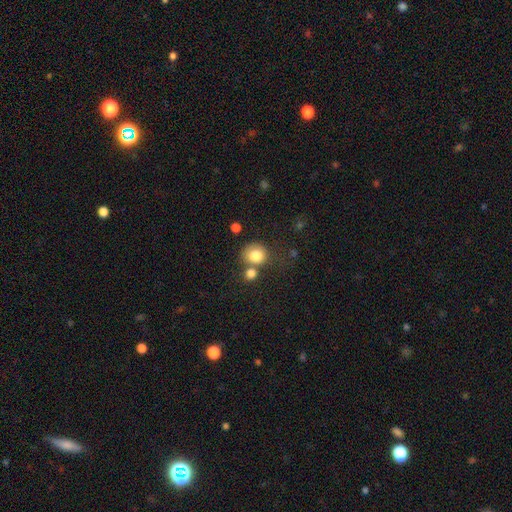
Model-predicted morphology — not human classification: A smooth galaxy with no disk features (81%) that is round (78%).

Vote fractions:
- Smooth or featured? smooth: 81% / star or artifact: 10% / featured or disk: 9%
- How rounded? round: 78% / in between: 21% / cigar-shaped: 1%
- Merging? none: 55% / merger: 26% / minor disturbance: 14% / major disturbance: 6%